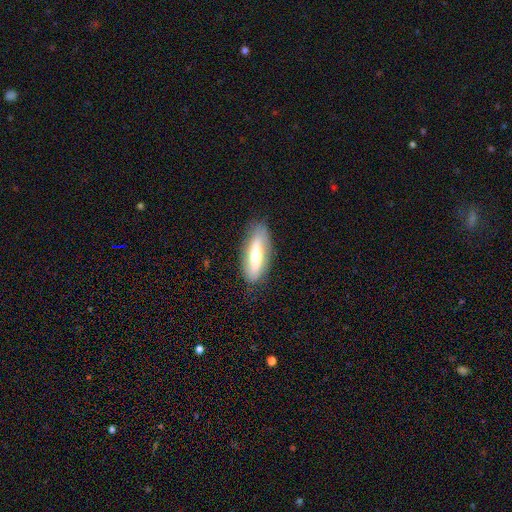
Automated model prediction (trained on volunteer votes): Overall: smooth (47%; featured or disk 46%). Merging: none (82%).